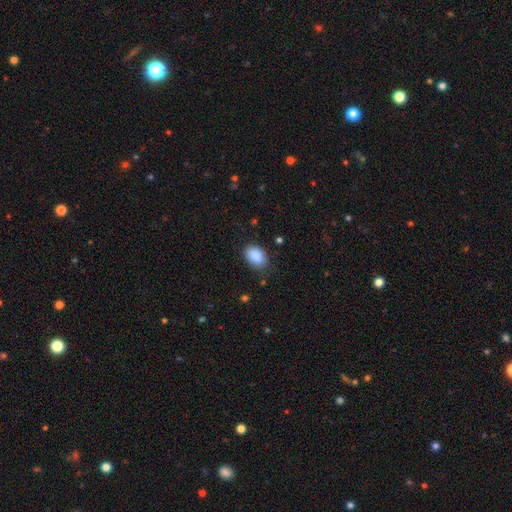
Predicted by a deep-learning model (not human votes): A smooth galaxy with no disk features (89%) that is in between round and cigar-shaped (85%). Merging: none (80%).